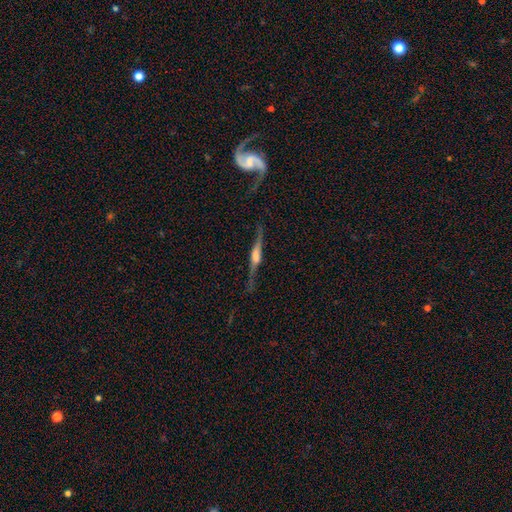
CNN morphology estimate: Overall: featured or disk (77%). Edge-on disk: yes (95%). Edge-on bulge: rounded (65%; boxy 28%). Merging: none (76%).